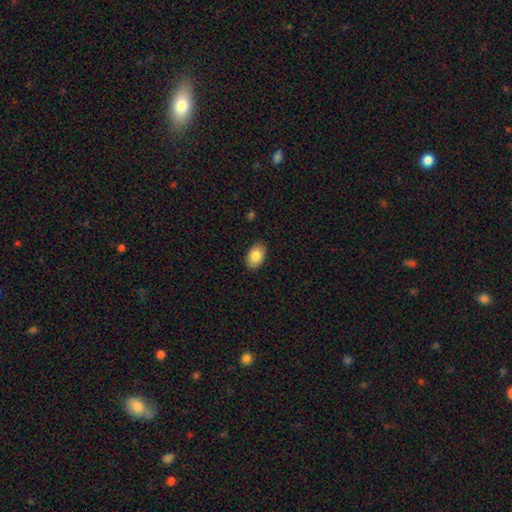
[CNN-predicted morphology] Overall: smooth (85%). How rounded: in between (89%). Merging: none (89%).